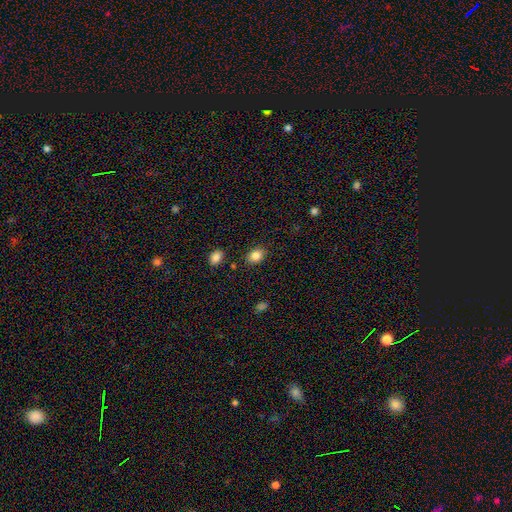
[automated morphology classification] Smooth or featured? smooth (84%)
How rounded? in between (66%)
Merging? none (85%)